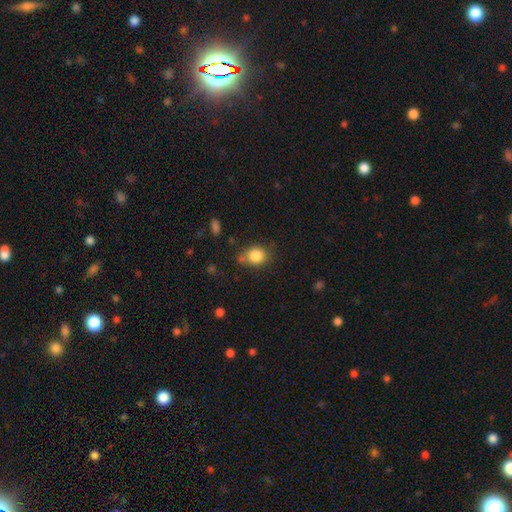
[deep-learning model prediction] This is clearly a smooth galaxy (85%). How rounded: likely round (67%). Merging: likely none (69%).